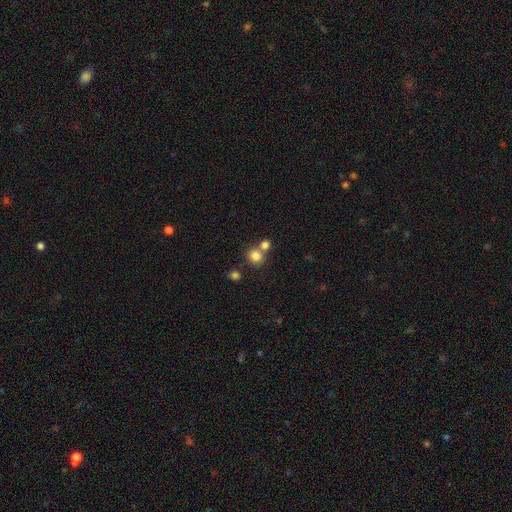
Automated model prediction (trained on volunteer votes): Smooth or featured?
  - smooth: 82% *
  - star or artifact: 12%
  - featured or disk: 7%
How rounded?
  - round: 86% *
  - in between: 13%
  - cigar-shaped: 1%
Merging?
  - none: 57% *
  - merger: 33%
  - minor disturbance: 7%
  - major disturbance: 3%